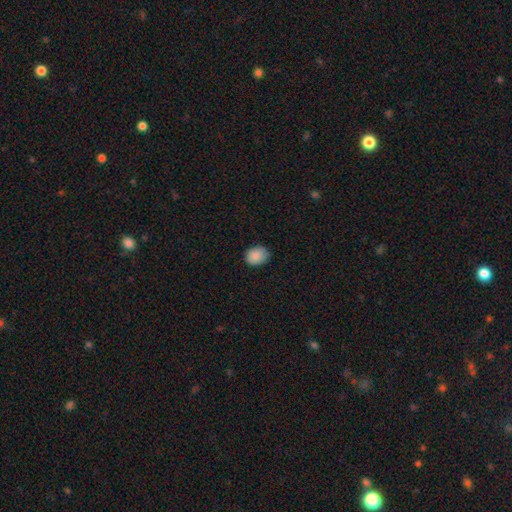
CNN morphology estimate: A smooth galaxy with no disk features (87%) that is in between round and cigar-shaped (56%).

Vote fractions:
- Smooth or featured? smooth: 87% / star or artifact: 8% / featured or disk: 5%
- How rounded? in between: 56% / round: 43% / cigar-shaped: 1%
- Merging? none: 79% / minor disturbance: 17% / major disturbance: 3% / merger: 1%